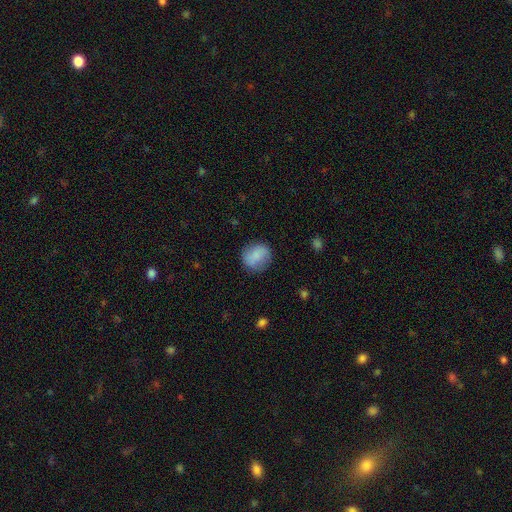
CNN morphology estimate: smooth-or-featured: smooth: 79% | featured or disk: 13% | star or artifact: 8%
  how-rounded: round: 74% | in between: 25% | cigar-shaped: 1%
  merging: none: 78% | minor disturbance: 15% | major disturbance: 5% | merger: 1%